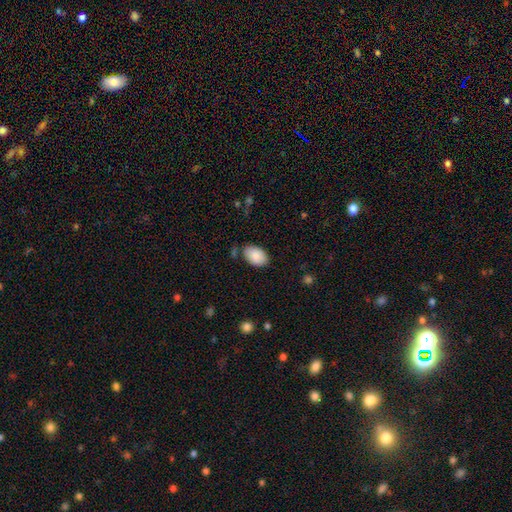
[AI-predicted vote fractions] The model was most divided on "merging": none: 79%, minor disturbance: 15%, major disturbance: 3%, merger: 3%. More confident: how rounded — in between (91%); smooth or featured — smooth (88%).